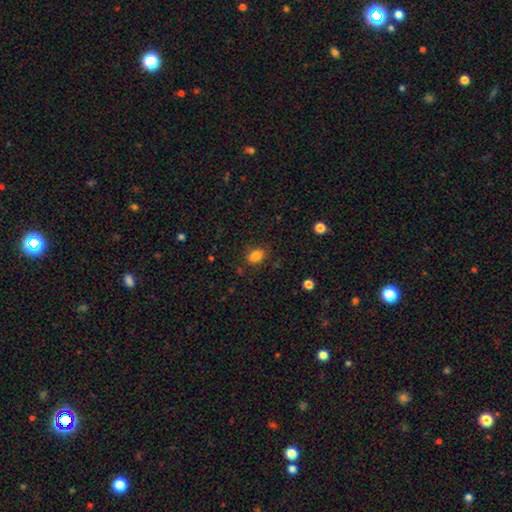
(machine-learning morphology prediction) Smooth or featured? smooth (84%)
How rounded? in between (74%)
Merging? none (81%)